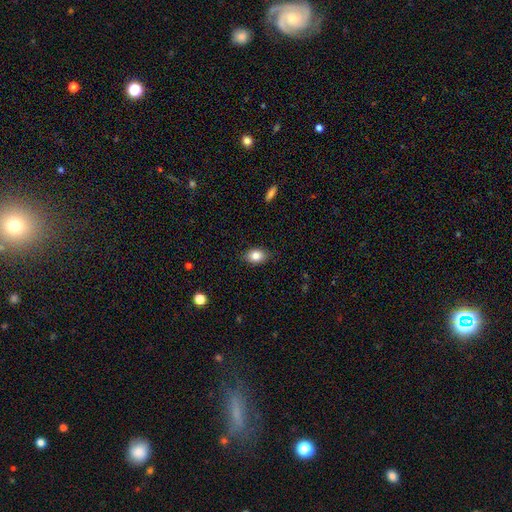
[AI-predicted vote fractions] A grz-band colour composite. It shows a smooth galaxy with no disk features (83%) that is in between round and cigar-shaped (78%). Merging: none (86%).